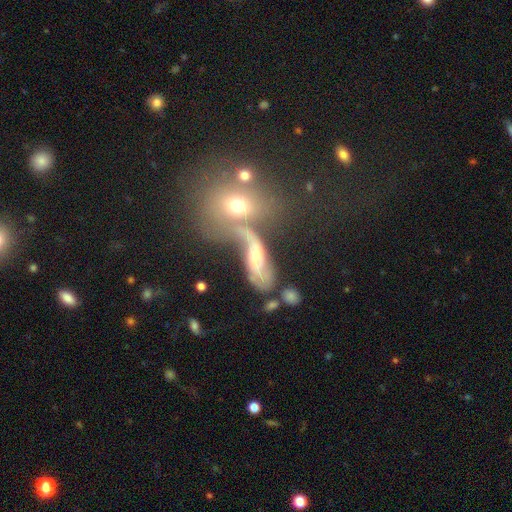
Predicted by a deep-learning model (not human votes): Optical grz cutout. It shows a featured or disk galaxy (60%) with no bar (57%), spiral arms (73%) and a moderate central bulge (45%). Merging: merger (51%).